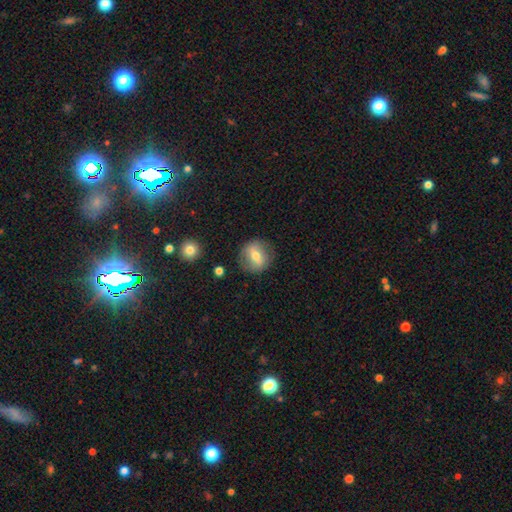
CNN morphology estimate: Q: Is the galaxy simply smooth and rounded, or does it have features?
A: smooth — 53%.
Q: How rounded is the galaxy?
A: round — 79%.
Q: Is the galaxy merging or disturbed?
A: none — 83%.